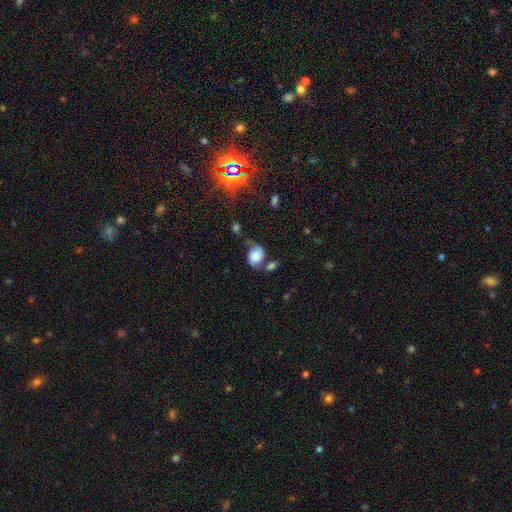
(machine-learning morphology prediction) This appears to be a smooth galaxy with no disk features (60%) that is in between round and cigar-shaped (57%). Merging: none (39%).